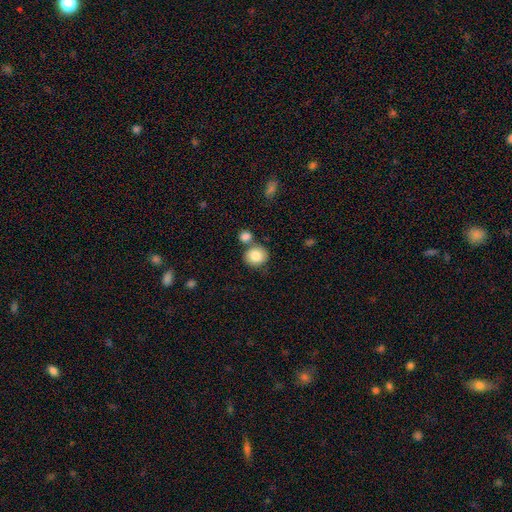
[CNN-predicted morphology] Overall: smooth (83%). How rounded: round (83%). Merging: none (64%).